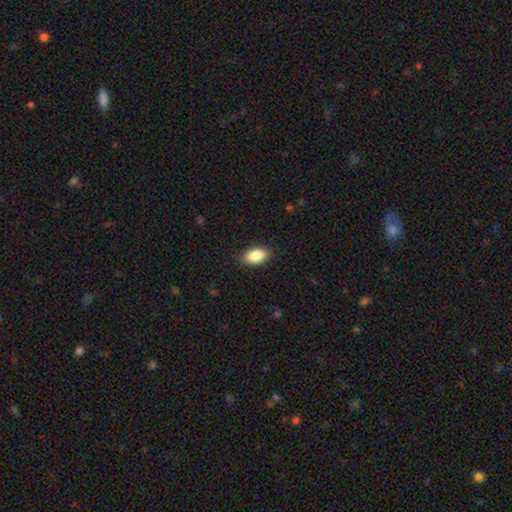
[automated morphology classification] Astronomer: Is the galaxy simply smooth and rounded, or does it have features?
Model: smooth — 87%.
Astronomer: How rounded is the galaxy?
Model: in between — 93%.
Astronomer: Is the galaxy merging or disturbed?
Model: none — 88%.